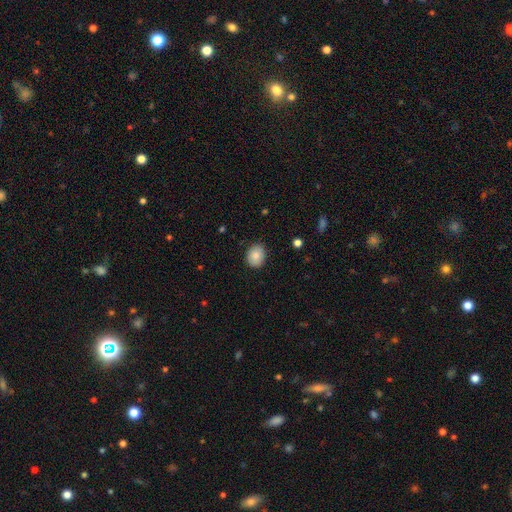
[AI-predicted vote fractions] Smooth or featured? smooth (85%)
How rounded? in between (50%)
Merging? none (86%)